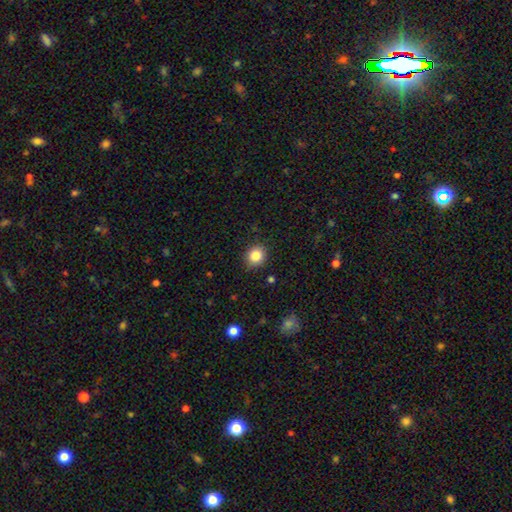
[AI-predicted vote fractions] Smooth or featured? smooth (85%)
How rounded? round (74%)
Merging? none (87%)